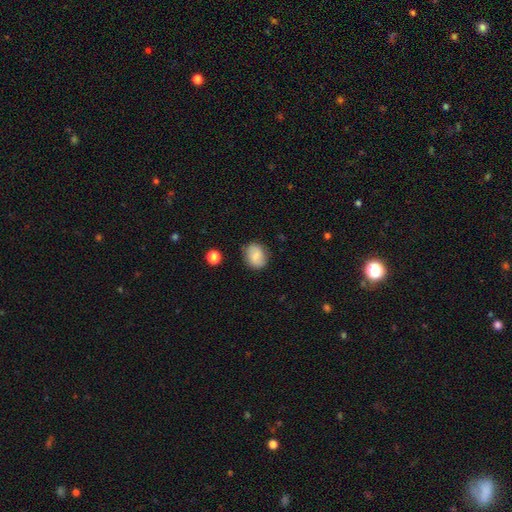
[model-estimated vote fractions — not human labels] The model was most divided on "how rounded": in between: 50%, round: 49%, cigar-shaped: 1%. More confident: merging — none (81%); smooth or featured — smooth (76%).